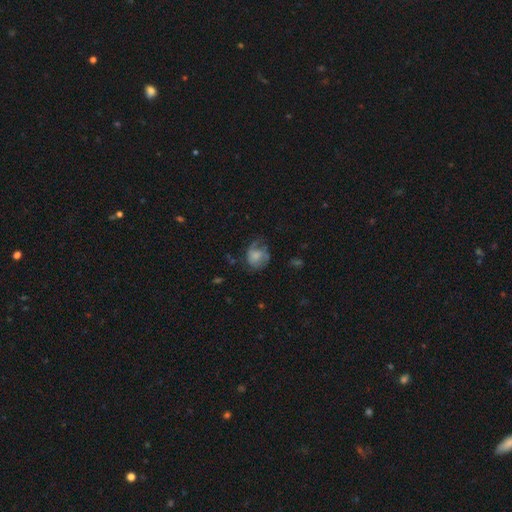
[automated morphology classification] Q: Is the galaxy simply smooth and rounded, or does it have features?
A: smooth — 52%.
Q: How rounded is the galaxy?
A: round — 65%.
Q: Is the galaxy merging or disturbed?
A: none — 44%.